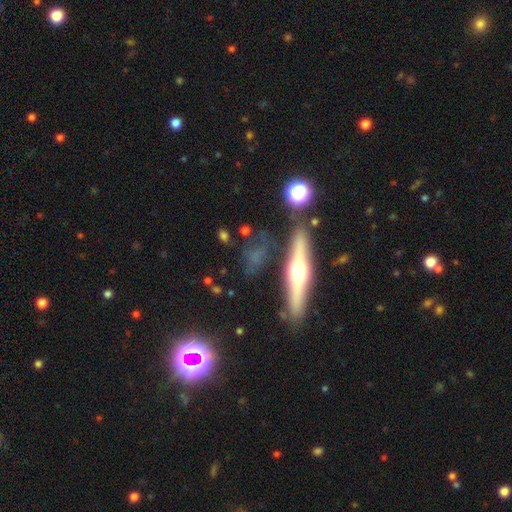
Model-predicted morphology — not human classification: Smooth or featured: featured or disk — 57% (smooth — 29%)
Edge-on disk: yes — 85% (no — 15%)
Merging: none — 74% (minor disturbance — 14%)